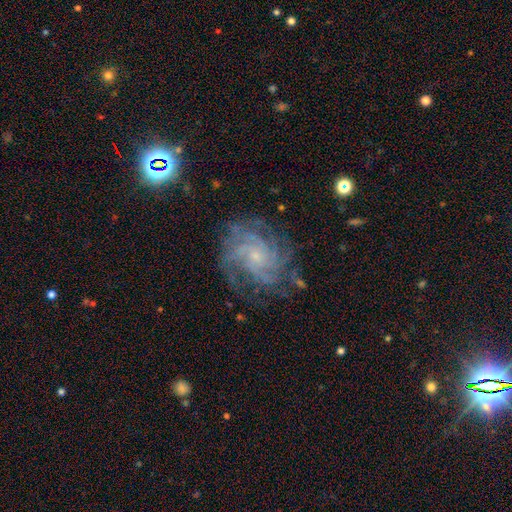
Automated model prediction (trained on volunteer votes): Smooth or featured: featured or disk — 84% (star or artifact — 10%)
Edge-on disk: no — 98% (yes — 2%)
Bar: no — 73% (weak — 22%)
Spiral arms: yes — 97% (no — 3%)
Spiral winding: tight — 61% (medium — 32%)
Spiral arm count: can't tell — 25% (4 — 24%)
Bulge size: small — 77% (moderate — 15%)
Merging: none — 75% (minor disturbance — 16%)